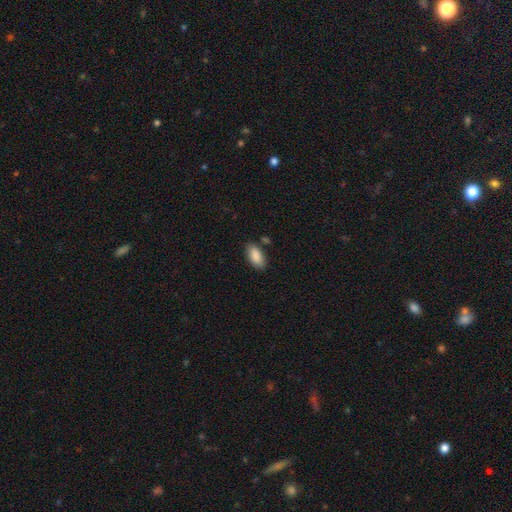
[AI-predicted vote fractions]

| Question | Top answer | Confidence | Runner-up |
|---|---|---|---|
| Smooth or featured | smooth | 89% | star or artifact (6%) |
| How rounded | in between | 92% | cigar-shaped (5%) |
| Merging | none | 80% | minor disturbance (13%) |